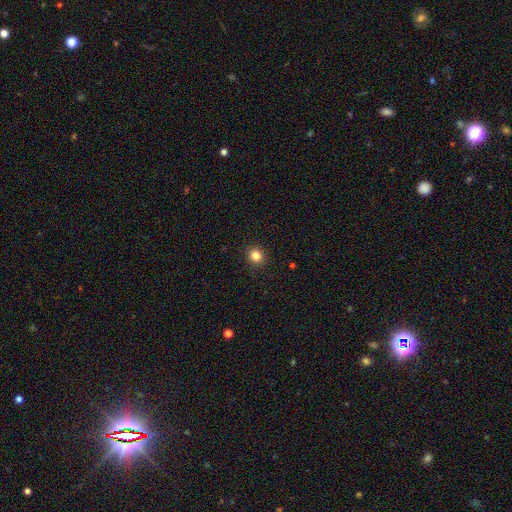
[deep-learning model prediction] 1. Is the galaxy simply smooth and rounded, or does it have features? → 83% smooth, 13% star or artifact, 5% featured or disk.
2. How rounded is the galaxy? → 86% round, 13% in between, 1% cigar-shaped.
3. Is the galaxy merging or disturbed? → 91% none, 6% minor disturbance, 2% major disturbance, 1% merger.